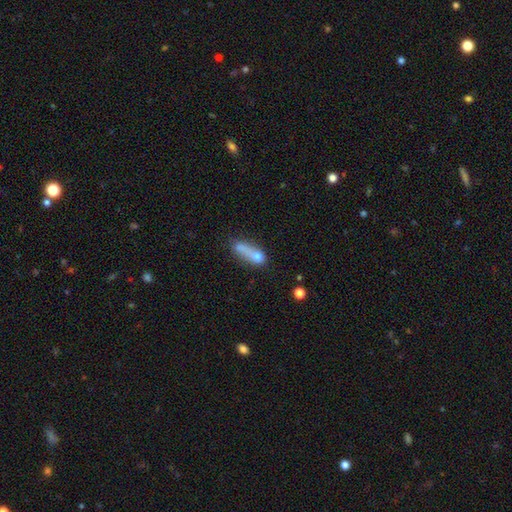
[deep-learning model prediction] A smooth galaxy with no disk features (63%) that is in between round and cigar-shaped (50%). Merging: merger (39%).